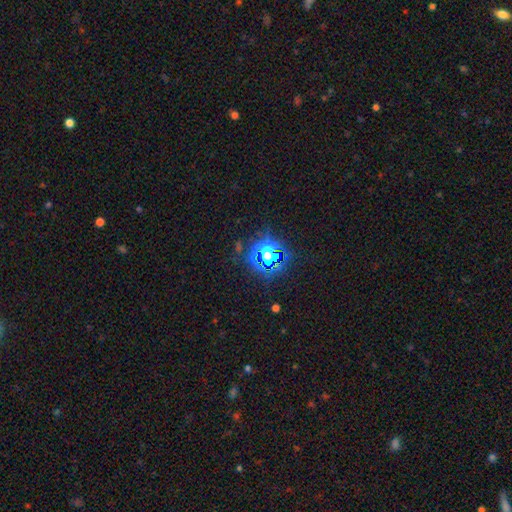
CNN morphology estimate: Smooth or featured: star or artifact — 69% (smooth — 22%)